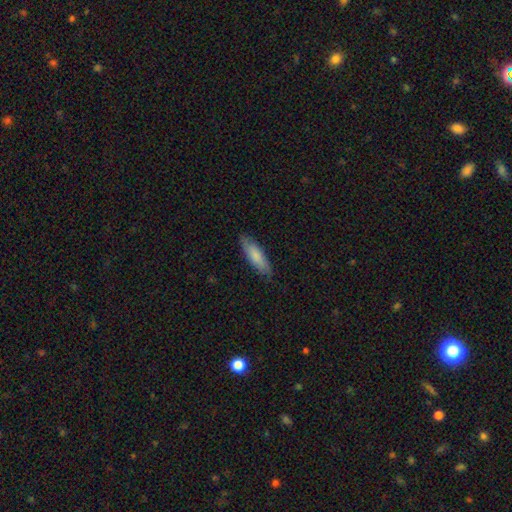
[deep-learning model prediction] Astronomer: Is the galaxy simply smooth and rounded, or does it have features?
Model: smooth — 78%.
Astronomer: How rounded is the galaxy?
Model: cigar-shaped — 51% (runner-up: in between, 47%).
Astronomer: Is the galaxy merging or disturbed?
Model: none — 83%.